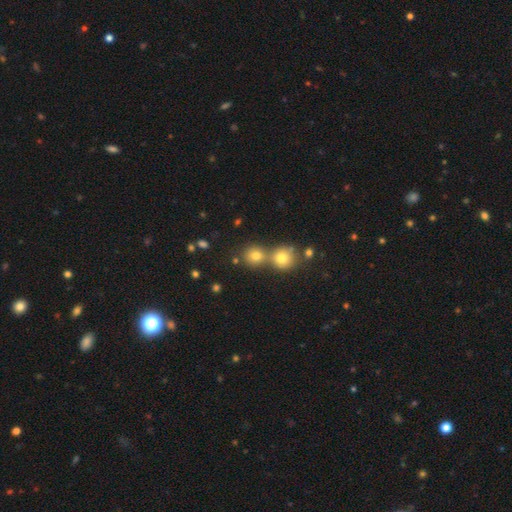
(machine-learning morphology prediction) smooth_or_featured: smooth (p=0.76) [alt: star or artifact p=0.15]
how_rounded: round (p=0.84) [alt: in between p=0.15]
merging: none (p=0.48) [alt: merger p=0.42]